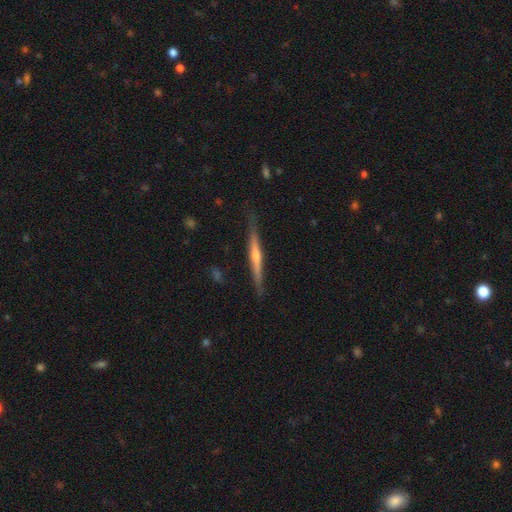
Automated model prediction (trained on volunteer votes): Smooth or featured: featured or disk — 74% (smooth — 20%)
Edge-on disk: yes — 98% (no — 2%)
Edge-on bulge: rounded — 79% (none — 16%)
Merging: none — 85% (minor disturbance — 12%)